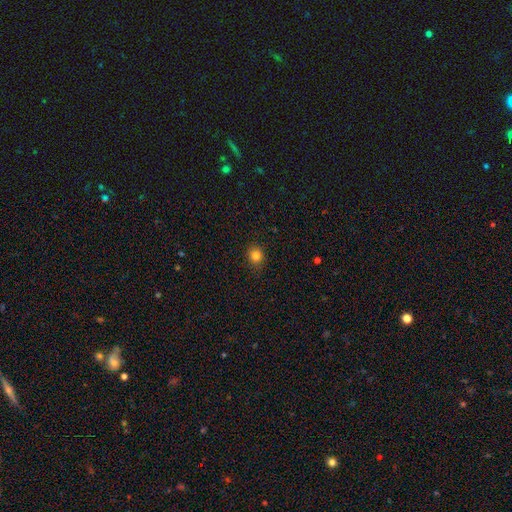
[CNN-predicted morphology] A smooth galaxy with no disk features (82%) that is round (81%).

Vote fractions:
- Smooth or featured? smooth: 82% / star or artifact: 13% / featured or disk: 5%
- How rounded? round: 81% / in between: 18% / cigar-shaped: 1%
- Merging? none: 89% / minor disturbance: 8% / major disturbance: 2% / merger: 1%